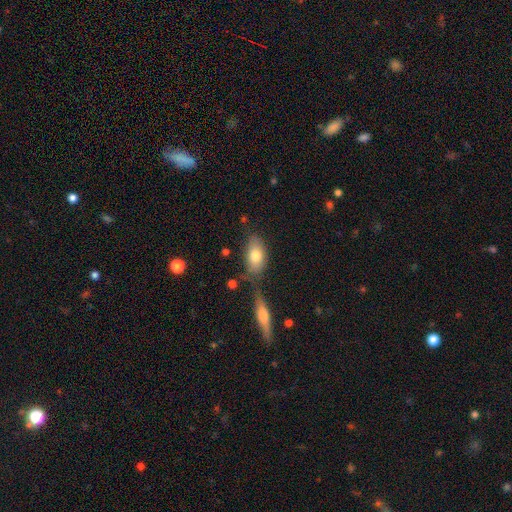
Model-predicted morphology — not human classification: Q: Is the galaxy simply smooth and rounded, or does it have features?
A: smooth — 77%.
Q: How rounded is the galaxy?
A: in between — 90%.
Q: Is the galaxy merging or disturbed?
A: none — 61%.